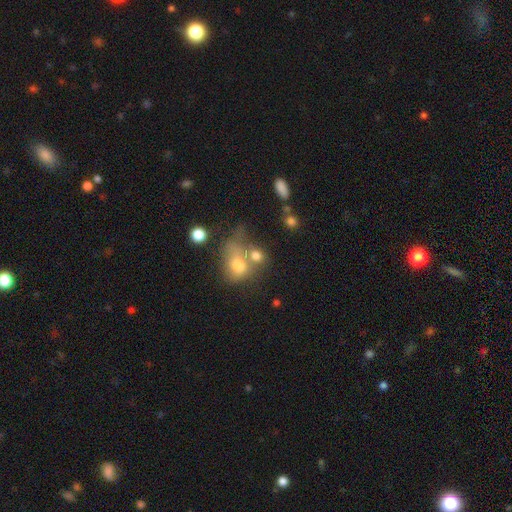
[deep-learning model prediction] The model was most divided on "how rounded": round: 50%, in between: 48%, cigar-shaped: 2%. Remaining: smooth or featured — smooth (70%); merging — merger (45%).